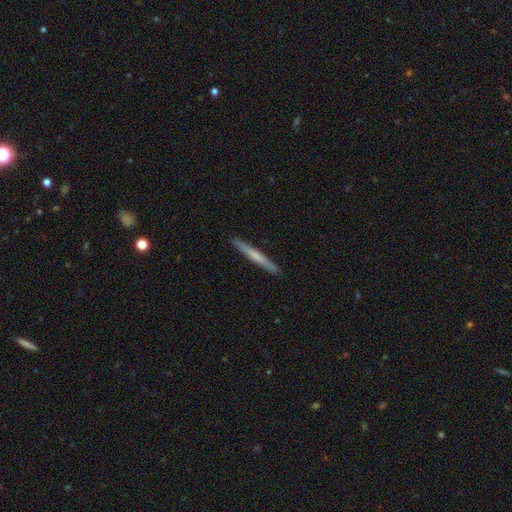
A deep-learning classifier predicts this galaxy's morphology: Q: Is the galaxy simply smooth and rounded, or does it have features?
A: smooth — 53%.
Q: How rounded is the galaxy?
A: cigar-shaped — 97%.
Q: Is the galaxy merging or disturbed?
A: none — 92%.